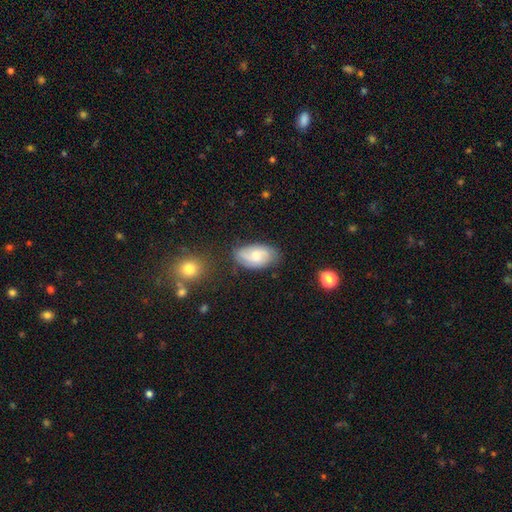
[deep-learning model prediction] Smooth or featured: smooth — 48% (featured or disk — 44%)
Merging: none — 71% (minor disturbance — 20%)